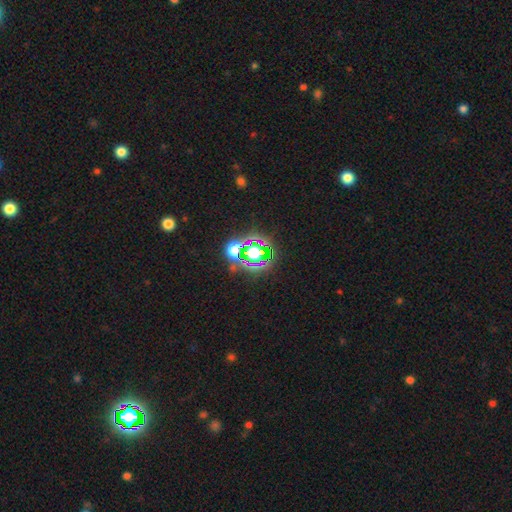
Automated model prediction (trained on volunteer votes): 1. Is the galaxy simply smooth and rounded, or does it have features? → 62% star or artifact, 22% smooth, 16% featured or disk.